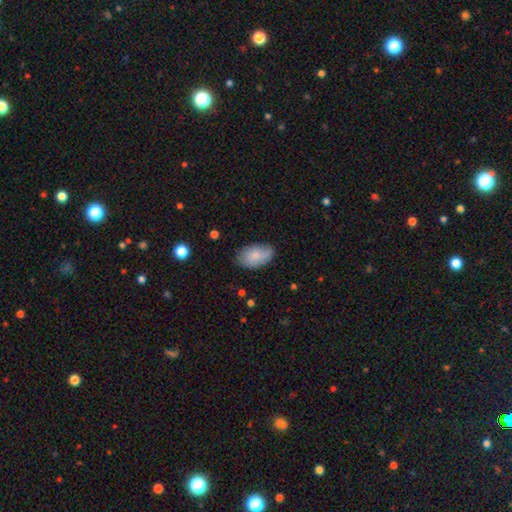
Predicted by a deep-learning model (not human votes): smooth 77%, featured or disk 16%, star or artifact 7%. Down the decision tree: how rounded — in between (93%); merging — none (71%).